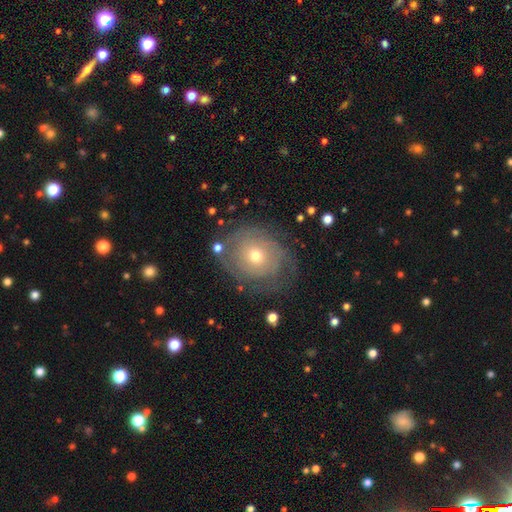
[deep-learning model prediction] smooth-or-featured: featured or disk: 63% | smooth: 28% | star or artifact: 9%
  disk-edge-on: no: 96% | yes: 4%
    bar: no: 85% | weak: 12% | strong: 2%
    has-spiral-arms: yes: 75% | no: 25%
    bulge-size: moderate: 50% | small: 45% | large: 3% | dominant: 1% | none: 1%
  merging: none: 69% | minor disturbance: 19% | major disturbance: 10% | merger: 2%